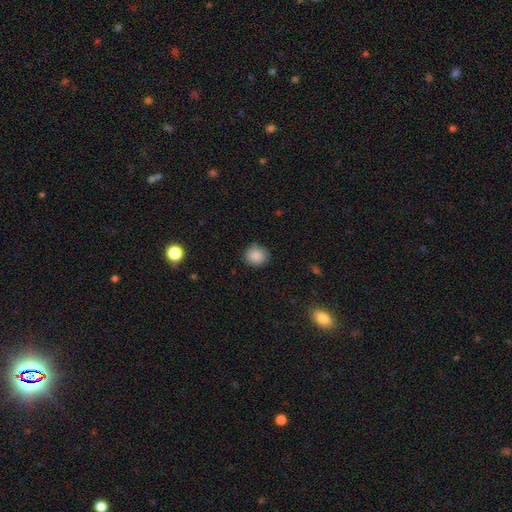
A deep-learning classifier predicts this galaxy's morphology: smooth_or_featured: smooth (p=0.88) [alt: star or artifact p=0.09]
how_rounded: round (p=0.85) [alt: in between p=0.14]
merging: none (p=0.85) [alt: minor disturbance p=0.11]